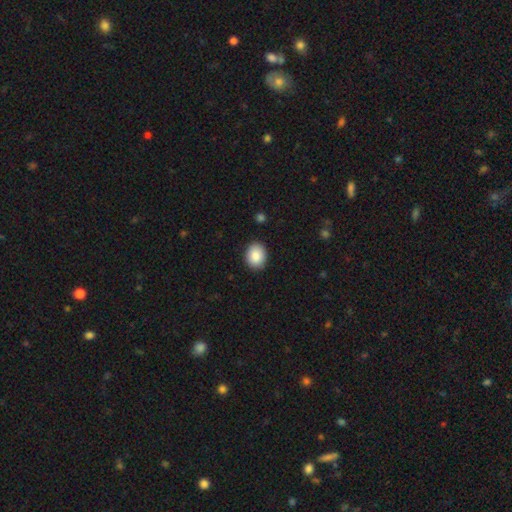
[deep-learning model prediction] A smooth galaxy with no disk features (87%) that is round (50%).

Vote fractions:
- Smooth or featured? smooth: 87% / star or artifact: 7% / featured or disk: 6%
- How rounded? round: 50% / in between: 49% / cigar-shaped: 1%
- Merging? none: 89% / minor disturbance: 8% / major disturbance: 2% / merger: 1%